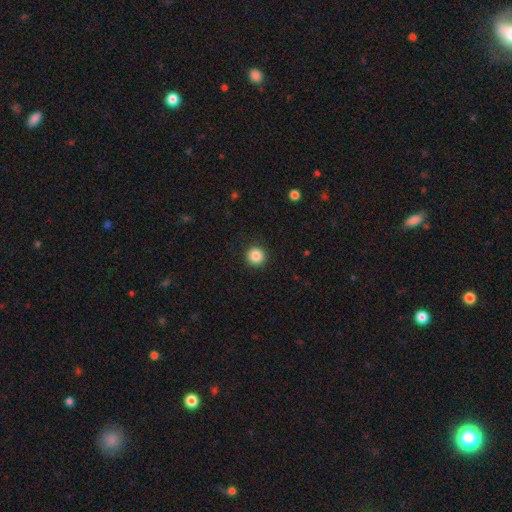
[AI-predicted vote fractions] Smooth or featured? smooth (87%)
How rounded? round (95%)
Merging? none (92%)